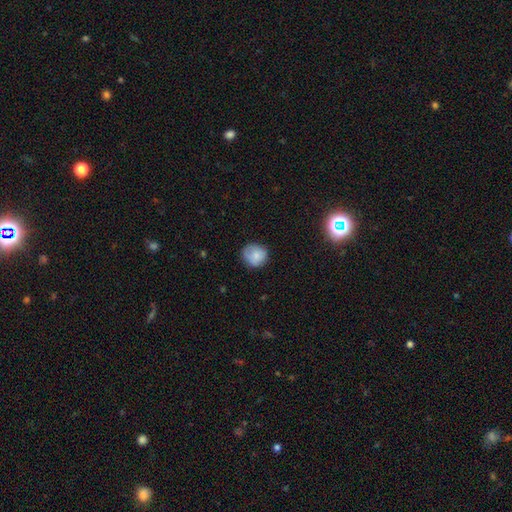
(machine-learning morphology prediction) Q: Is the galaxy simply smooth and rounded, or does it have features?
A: smooth — 79%.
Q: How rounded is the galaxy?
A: round — 83%.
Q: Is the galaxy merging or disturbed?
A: none — 73%.